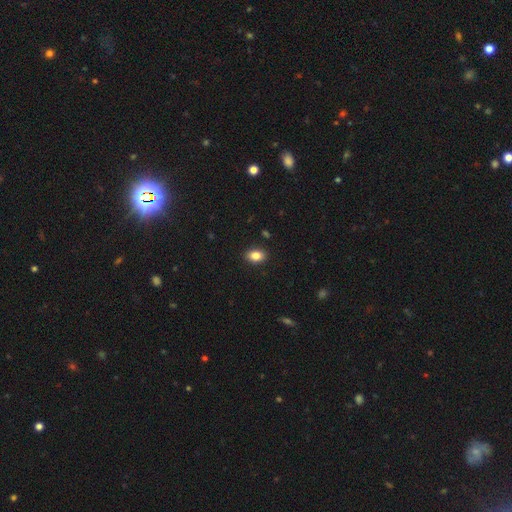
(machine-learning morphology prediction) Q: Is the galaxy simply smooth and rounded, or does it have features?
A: smooth — 85%.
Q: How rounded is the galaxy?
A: in between — 82%.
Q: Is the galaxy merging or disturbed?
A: none — 89%.